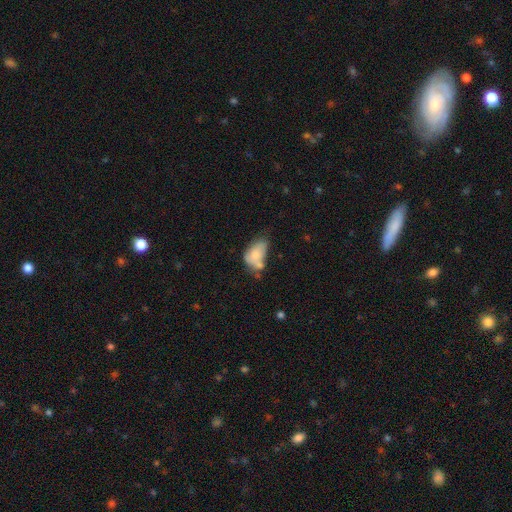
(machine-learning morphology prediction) Smooth or featured? smooth (68%)
How rounded? in between (88%)
Merging? merger (31%)